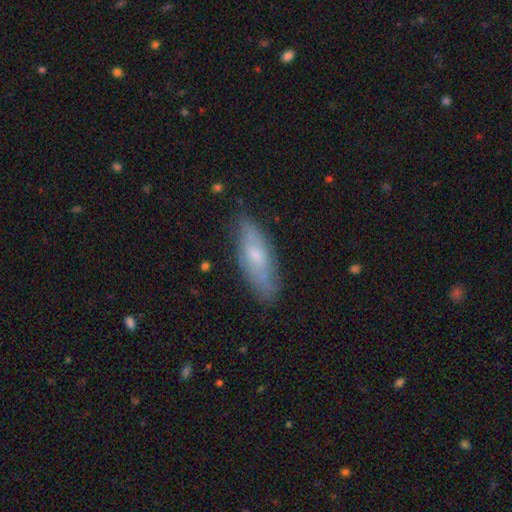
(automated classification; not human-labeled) Q: Smooth or featured?
A: smooth (53%); runner-up: featured or disk (40%)
Q: How rounded?
A: in between (57%); runner-up: cigar-shaped (41%)
Q: Merging?
A: none (76%); runner-up: minor disturbance (18%)